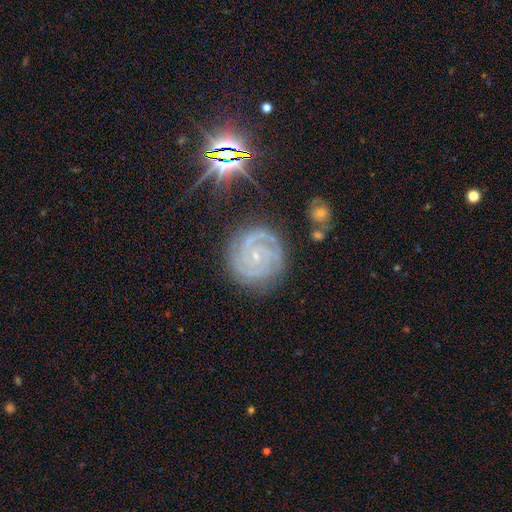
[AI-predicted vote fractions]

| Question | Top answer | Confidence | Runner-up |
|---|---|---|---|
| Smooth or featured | featured or disk | 88% | star or artifact (7%) |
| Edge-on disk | no | 98% | yes (2%) |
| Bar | no | 67% | weak (24%) |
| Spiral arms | yes | 98% | no (2%) |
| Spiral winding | tight | 80% | medium (18%) |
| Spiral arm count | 2 | 48% | 3 (27%) |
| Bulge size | small | 84% | moderate (11%) |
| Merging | none | 79% | minor disturbance (15%) |